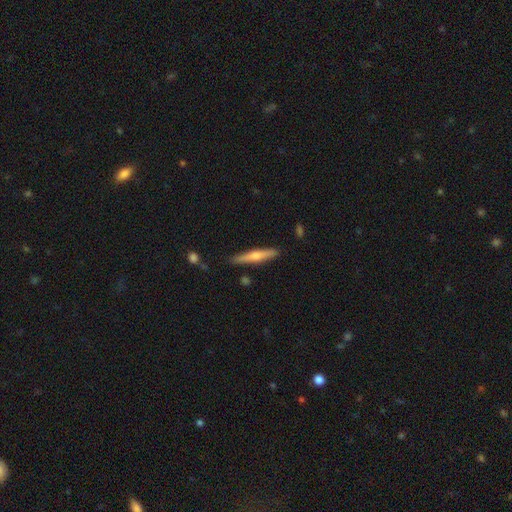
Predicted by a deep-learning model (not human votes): A featured or disk galaxy (56%) viewed edge-on (96%) with a rounded central bulge (82%).

Vote fractions:
- Smooth or featured? featured or disk: 56% / smooth: 38% / star or artifact: 6%
- Edge-on disk? yes: 96% / no: 4%
- Edge-on bulge? rounded: 82% / none: 13% / boxy: 5%
- Merging? none: 87% / minor disturbance: 9% / merger: 2% / major disturbance: 2%